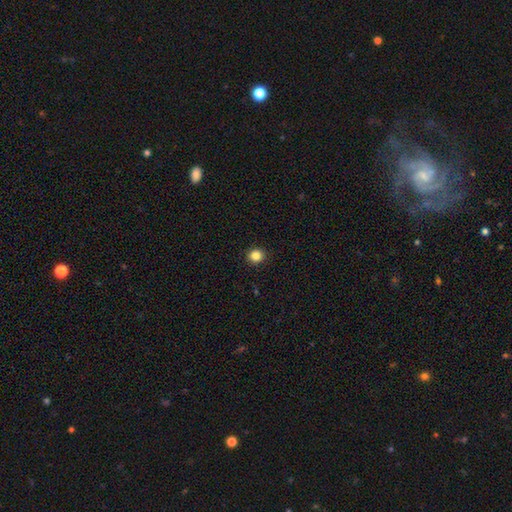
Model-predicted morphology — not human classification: Smooth or featured? Predicted: smooth (p=0.85). How rounded? Predicted: round (p=0.88). Merging? Predicted: none (p=0.92).